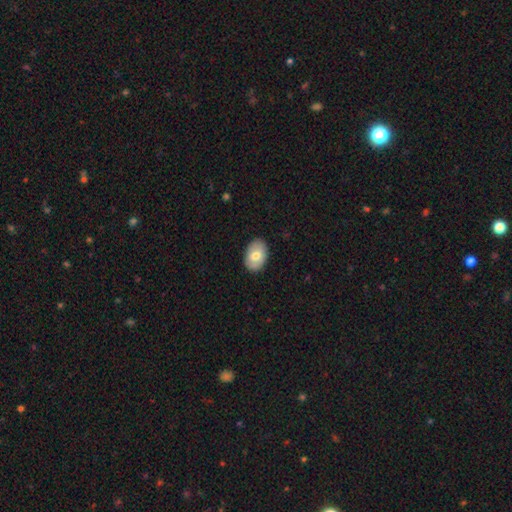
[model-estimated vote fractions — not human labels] Overall: smooth (74%). How rounded: in between (87%). Merging: none (88%).